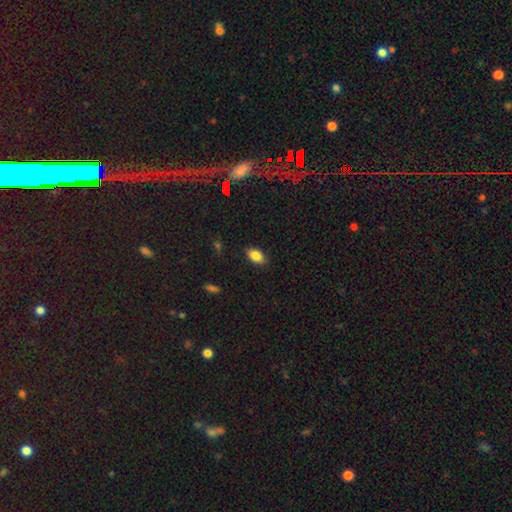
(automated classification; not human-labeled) Smooth or featured?
  - smooth: 85% *
  - star or artifact: 9%
  - featured or disk: 7%
How rounded?
  - in between: 89% *
  - round: 9%
  - cigar-shaped: 3%
Merging?
  - none: 86% *
  - minor disturbance: 10%
  - major disturbance: 2%
  - merger: 1%